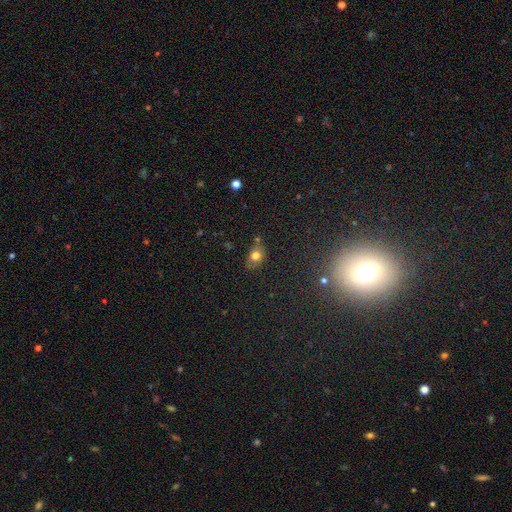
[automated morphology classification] This appears to be a smooth galaxy with no disk features (75%) that is in between round and cigar-shaped (55%). Merging: none (65%).